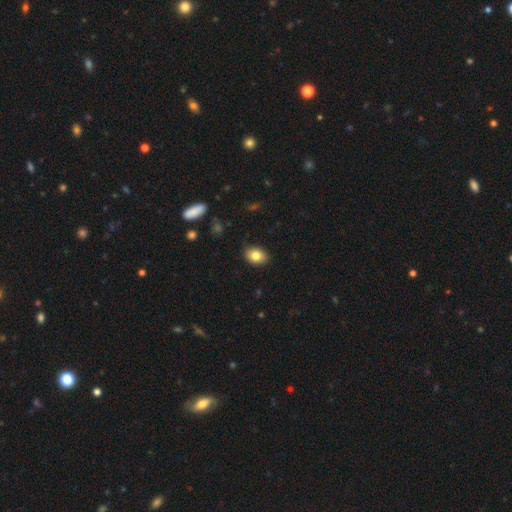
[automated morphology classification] Smooth or featured: smooth — 82% (featured or disk — 10%)
How rounded: in between — 79% (round — 19%)
Merging: none — 87% (minor disturbance — 10%)